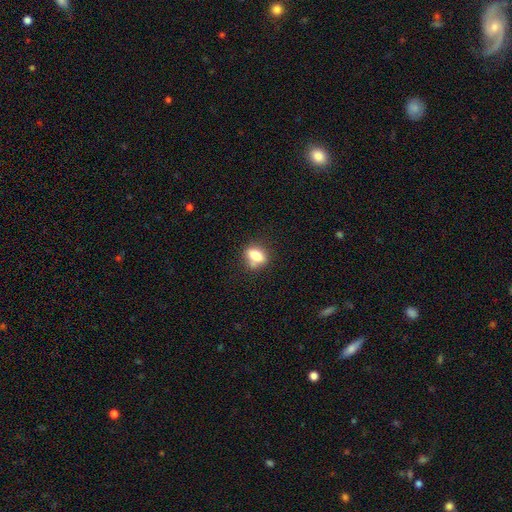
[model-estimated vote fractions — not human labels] Overall: smooth (74%). How rounded: in between (70%). Merging: none (65%).